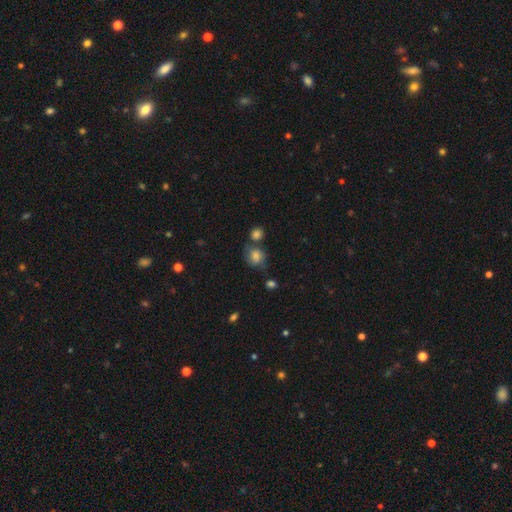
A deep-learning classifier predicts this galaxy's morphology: A smooth galaxy with no disk features (71%) that is round (73%).

Vote fractions:
- Smooth or featured? smooth: 71% / featured or disk: 15% / star or artifact: 14%
- How rounded? round: 73% / in between: 26% / cigar-shaped: 1%
- Merging? none: 60% / minor disturbance: 18% / merger: 16% / major disturbance: 7%